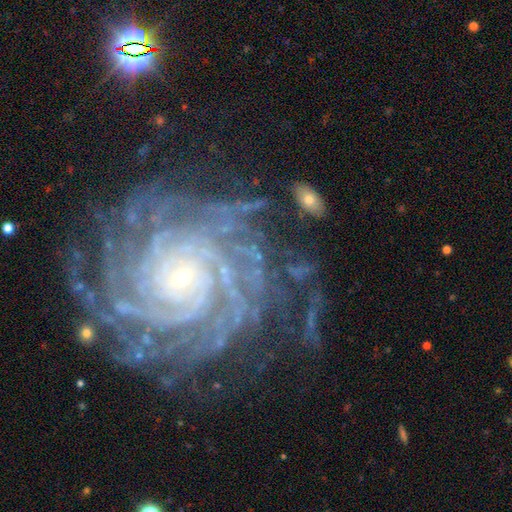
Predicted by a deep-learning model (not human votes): smooth-or-featured: featured or disk: 84% | star or artifact: 9% | smooth: 6%
  disk-edge-on: no: 97% | yes: 3%
    bar: no: 56% | weak: 27% | strong: 17%
    has-spiral-arms: yes: 97% | no: 3%
      spiral-winding: tight: 77% | medium: 19% | loose: 4%
      spiral-arm-count: more than 4: 24% | 4: 21% | can't tell: 20% | 3: 15% | 2: 12% | 1: 8%
    bulge-size: small: 76% | moderate: 19% | none: 2% | large: 2% | dominant: 1%
  merging: none: 68% | minor disturbance: 16% | major disturbance: 12% | merger: 4%